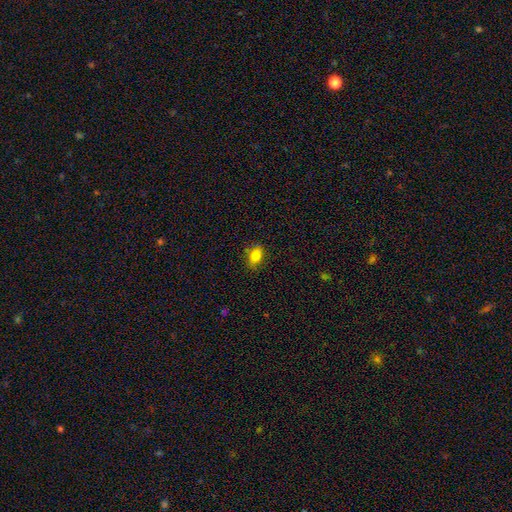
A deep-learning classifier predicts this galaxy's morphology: This is clearly a smooth galaxy (81%). How rounded: likely in between (80%). Merging: clearly none (81%).